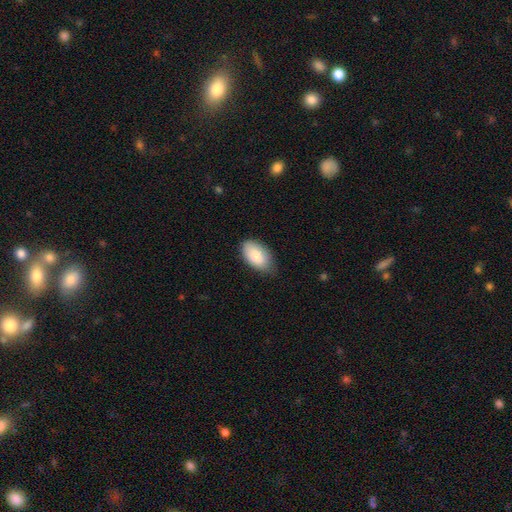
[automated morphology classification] Smooth or featured: smooth — 86% (featured or disk — 7%)
How rounded: in between — 95% (round — 3%)
Merging: none — 71% (minor disturbance — 24%)